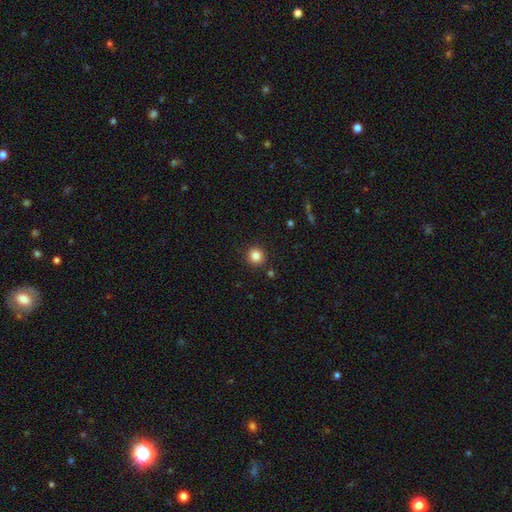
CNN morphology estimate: Q: Smooth or featured?
A: smooth (84%); runner-up: star or artifact (11%)
Q: How rounded?
A: round (93%); runner-up: in between (7%)
Q: Merging?
A: none (91%); runner-up: minor disturbance (6%)